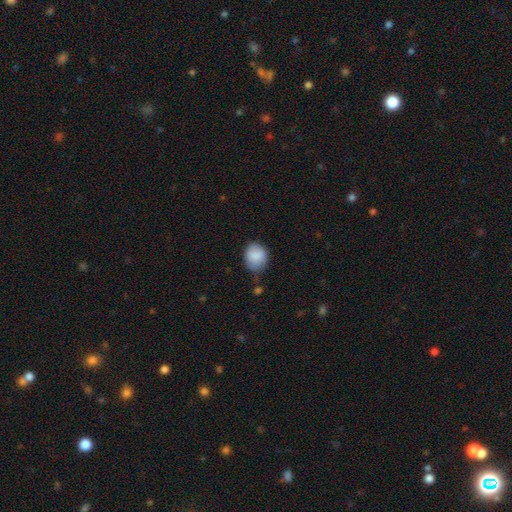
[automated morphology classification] smooth_or_featured: smooth (p=0.86) [alt: star or artifact p=0.07]
how_rounded: round (p=0.55) [alt: in between p=0.44]
merging: none (p=0.66) [alt: minor disturbance p=0.26]